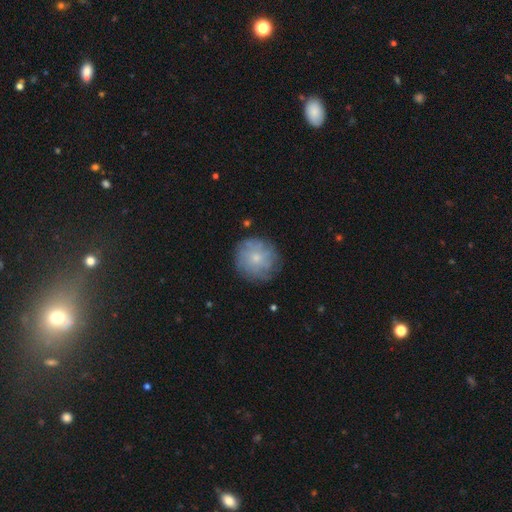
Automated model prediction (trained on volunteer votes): This appears to be a smooth galaxy with no disk features (54%) that is round (91%). Merging: none (80%).